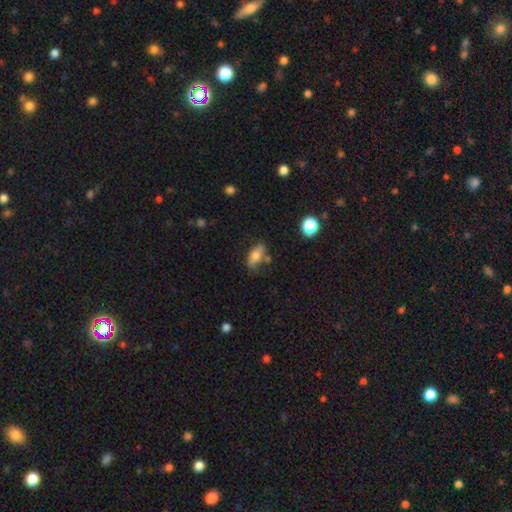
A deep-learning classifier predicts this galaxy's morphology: smooth-or-featured: smooth: 69% | featured or disk: 22% | star or artifact: 9%
  how-rounded: in between: 84% | cigar-shaped: 10% | round: 6%
  merging: none: 62% | minor disturbance: 22% | merger: 10% | major disturbance: 6%